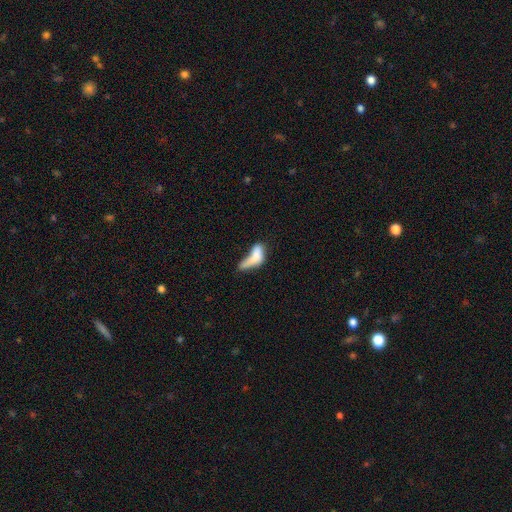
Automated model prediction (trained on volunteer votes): smooth 67%, featured or disk 24%, star or artifact 9%. Down the decision tree: how rounded — in between (70%); merging — major disturbance (35%).